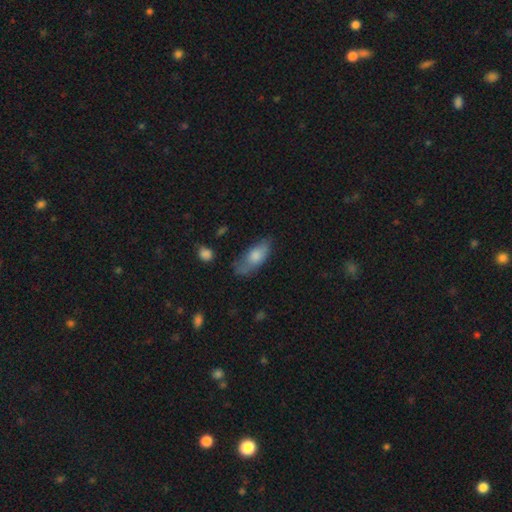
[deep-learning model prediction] smooth-or-featured: smooth: 74% | featured or disk: 19% | star or artifact: 7%
  how-rounded: in between: 83% | cigar-shaped: 14% | round: 3%
  merging: none: 52% | minor disturbance: 32% | major disturbance: 13% | merger: 4%